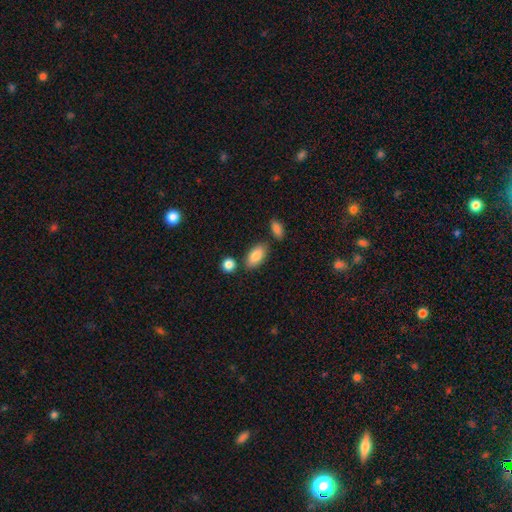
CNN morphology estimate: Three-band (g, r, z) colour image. It shows a smooth galaxy with no disk features (86%) that is in between round and cigar-shaped (92%). Merging: none (76%).